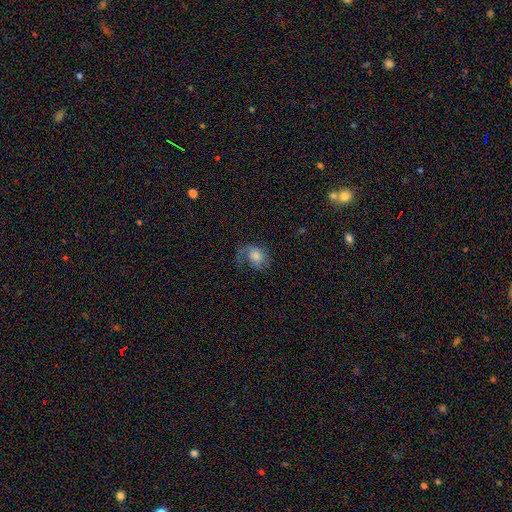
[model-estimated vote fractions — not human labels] smooth_or_featured: featured or disk (p=0.53) [alt: smooth p=0.37]
disk_edge_on: no (p=0.97) [alt: yes p=0.03]
bar: no (p=0.70) [alt: weak p=0.25]
has_spiral_arms: yes (p=0.87) [alt: no p=0.13]
bulge_size: moderate (p=0.45) [alt: large p=0.23]
merging: none (p=0.47) [alt: major disturbance p=0.30]